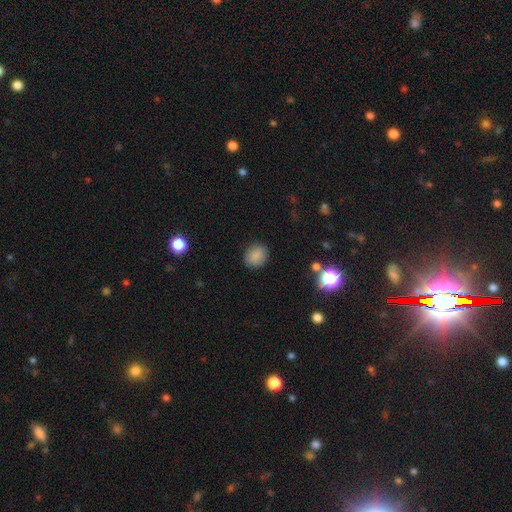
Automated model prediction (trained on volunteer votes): Smooth or featured?
  - smooth: 84% *
  - star or artifact: 10%
  - featured or disk: 6%
How rounded?
  - round: 67% *
  - in between: 32%
  - cigar-shaped: 1%
Merging?
  - none: 85% *
  - minor disturbance: 11%
  - major disturbance: 3%
  - merger: 1%